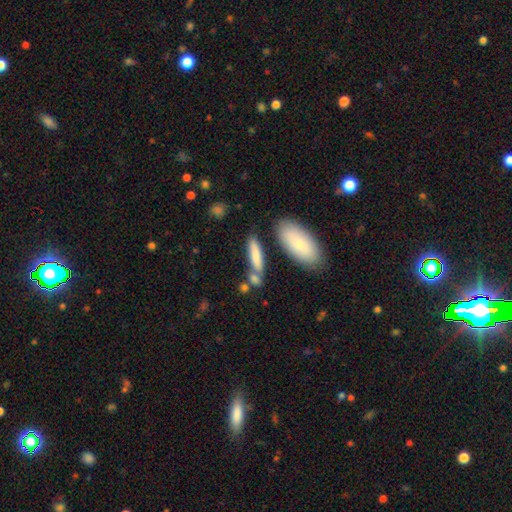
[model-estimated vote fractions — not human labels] Smooth or featured: smooth — 76% (featured or disk — 17%)
How rounded: cigar-shaped — 66% (in between — 32%)
Merging: none — 65% (merger — 16%)